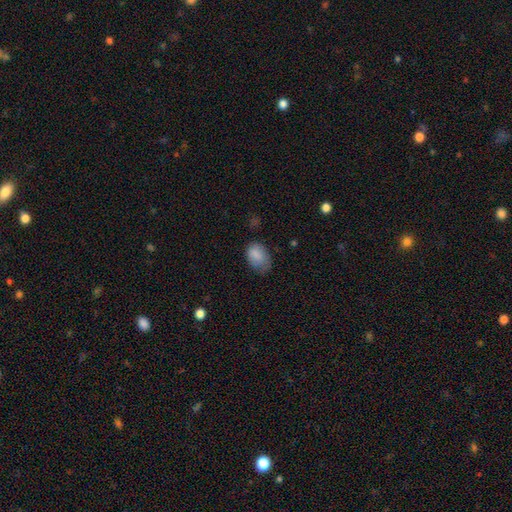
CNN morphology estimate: Smooth or featured? smooth (84%)
How rounded? in between (83%)
Merging? none (52%)